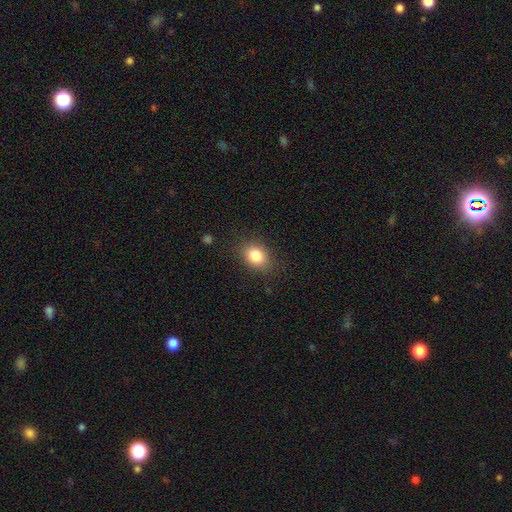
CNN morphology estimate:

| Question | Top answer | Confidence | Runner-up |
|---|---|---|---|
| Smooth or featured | smooth | 83% | star or artifact (10%) |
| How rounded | in between | 59% | round (40%) |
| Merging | none | 83% | minor disturbance (12%) |